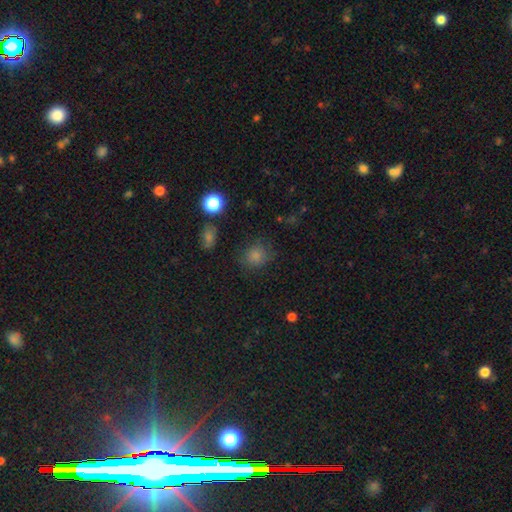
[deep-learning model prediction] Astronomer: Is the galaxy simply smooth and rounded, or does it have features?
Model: smooth — 79%.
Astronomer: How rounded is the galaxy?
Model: round — 73%.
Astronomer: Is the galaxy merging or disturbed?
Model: none — 72%.